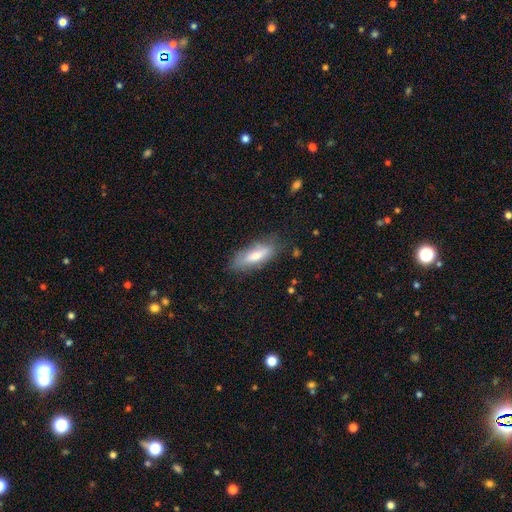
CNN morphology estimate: This appears to be a smooth galaxy with no disk features (68%) that is in between round and cigar-shaped (59%). Merging: none (77%).